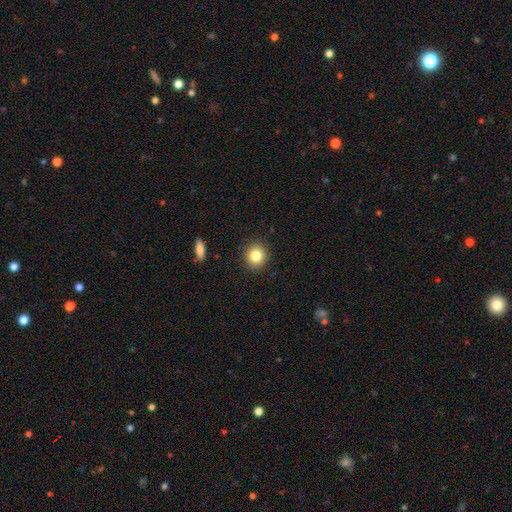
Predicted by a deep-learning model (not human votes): Smooth or featured? Predicted: smooth (p=0.82). How rounded? Predicted: round (p=0.89). Merging? Predicted: none (p=0.91).